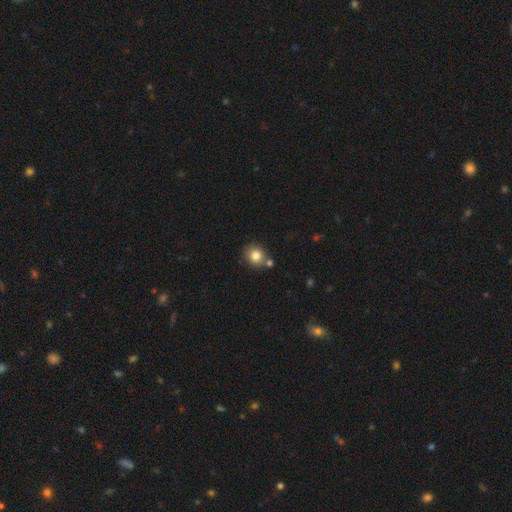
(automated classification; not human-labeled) Overall: smooth (81%). How rounded: round (80%). Merging: none (69%).